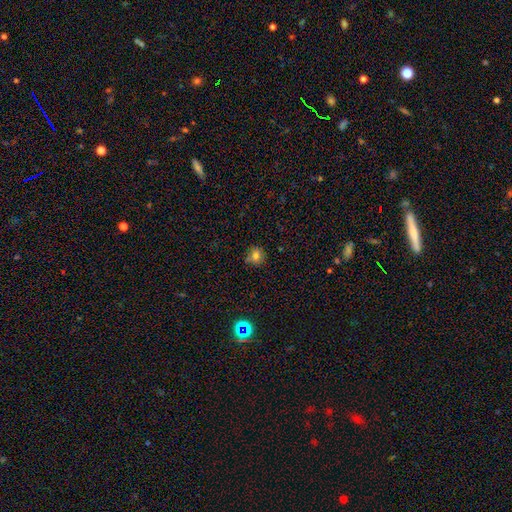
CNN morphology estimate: Smooth or featured? smooth (76%)
How rounded? round (88%)
Merging? none (75%)